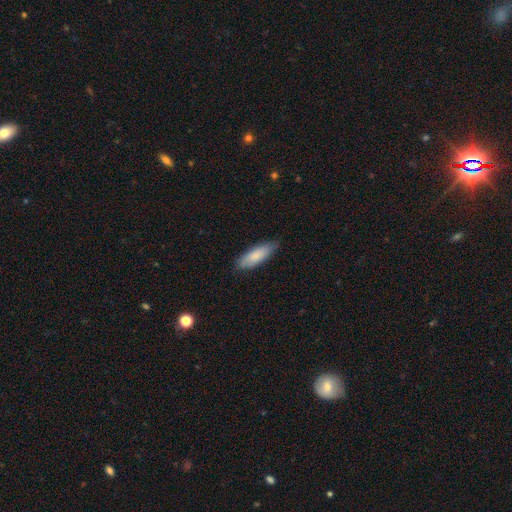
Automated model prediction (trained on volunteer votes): Q: Smooth or featured?
A: smooth (83%); runner-up: featured or disk (12%)
Q: How rounded?
A: in between (59%); runner-up: cigar-shaped (39%)
Q: Merging?
A: none (81%); runner-up: minor disturbance (16%)